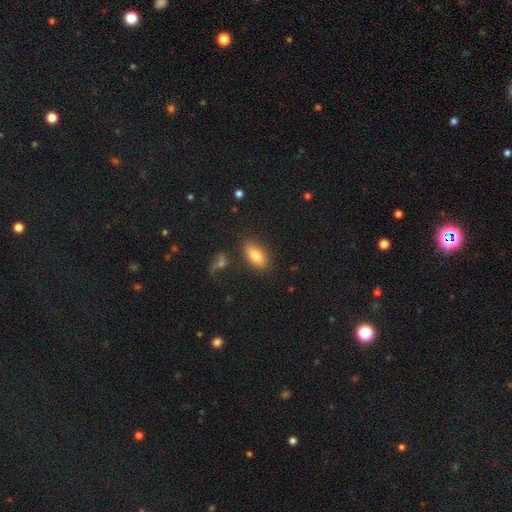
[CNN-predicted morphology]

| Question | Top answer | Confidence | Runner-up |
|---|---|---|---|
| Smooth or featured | smooth | 76% | featured or disk (16%) |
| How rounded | in between | 84% | cigar-shaped (11%) |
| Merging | none | 81% | minor disturbance (11%) |